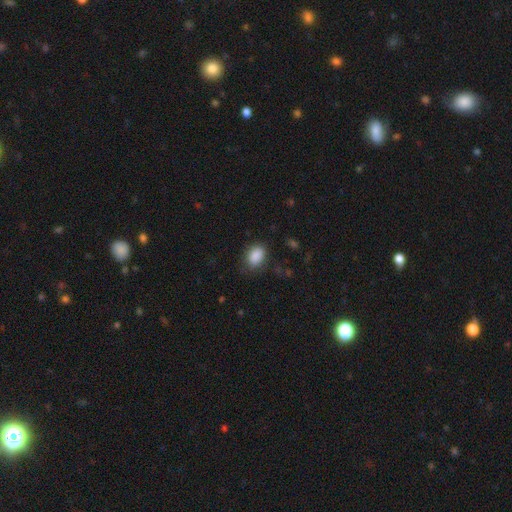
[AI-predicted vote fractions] Smooth or featured?
  - smooth: 88% *
  - star or artifact: 8%
  - featured or disk: 4%
How rounded?
  - in between: 83% *
  - round: 16%
  - cigar-shaped: 1%
Merging?
  - none: 77% *
  - minor disturbance: 17%
  - major disturbance: 5%
  - merger: 1%